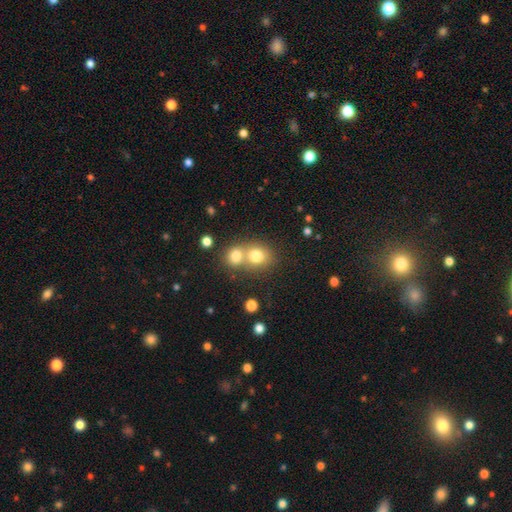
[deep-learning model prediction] Q: Smooth or featured?
A: smooth (77%); runner-up: star or artifact (12%)
Q: How rounded?
A: round (75%); runner-up: in between (24%)
Q: Merging?
A: merger (52%); runner-up: none (39%)